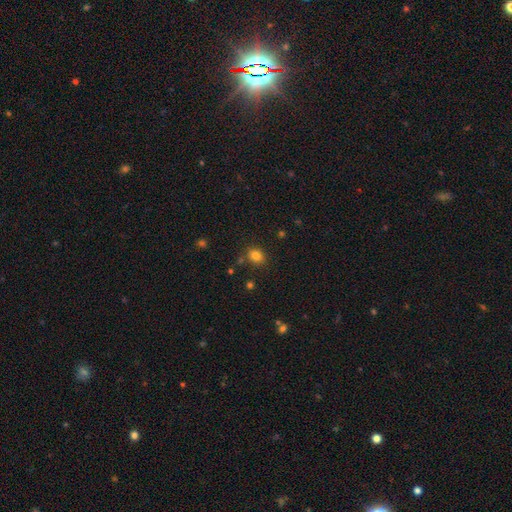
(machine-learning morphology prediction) Q: Smooth or featured?
A: smooth (81%); runner-up: star or artifact (13%)
Q: How rounded?
A: in between (51%); runner-up: round (48%)
Q: Merging?
A: none (81%); runner-up: minor disturbance (12%)